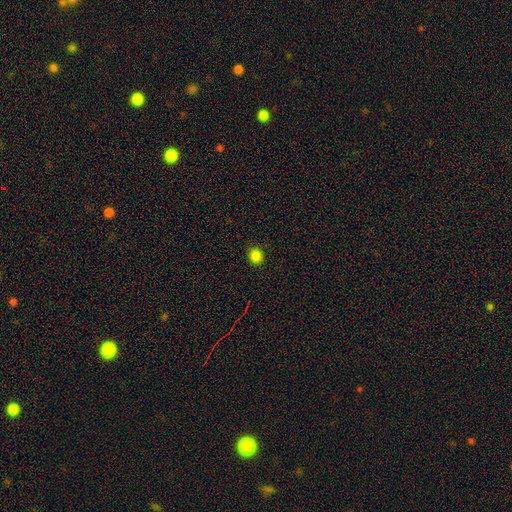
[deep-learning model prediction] Smooth or featured?
  - smooth: 83% *
  - star or artifact: 14%
  - featured or disk: 3%
How rounded?
  - round: 85% *
  - in between: 14%
  - cigar-shaped: 1%
Merging?
  - none: 88% *
  - minor disturbance: 9%
  - major disturbance: 2%
  - merger: 1%